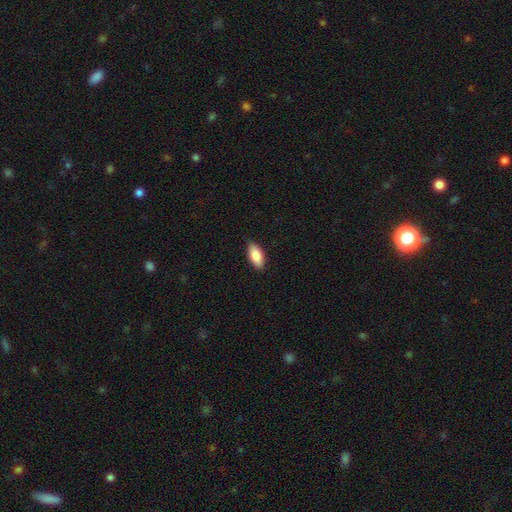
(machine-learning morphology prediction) Overall: smooth (86%). How rounded: in between (88%). Merging: none (88%).